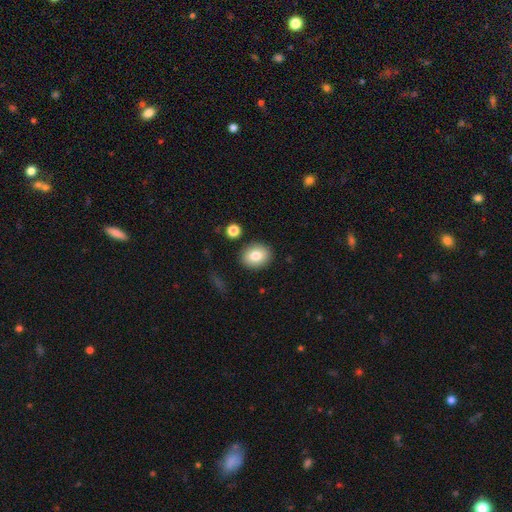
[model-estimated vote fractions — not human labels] smooth-or-featured: smooth: 81% | featured or disk: 11% | star or artifact: 9%
  how-rounded: round: 58% | in between: 41% | cigar-shaped: 1%
  merging: none: 87% | minor disturbance: 8% | merger: 3% | major disturbance: 2%